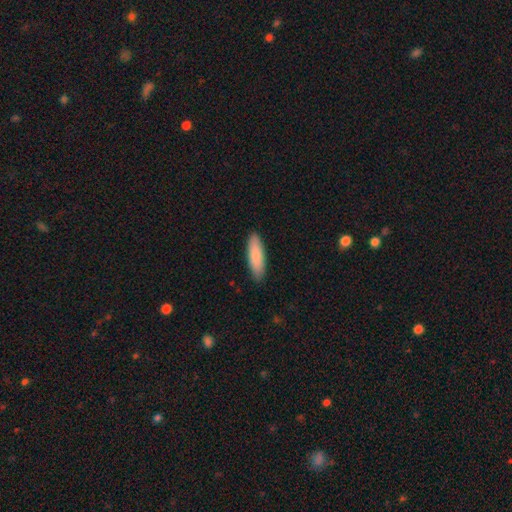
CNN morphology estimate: This is clearly a smooth galaxy (86%). How rounded: possibly cigar-shaped (53%). Merging: clearly none (89%).